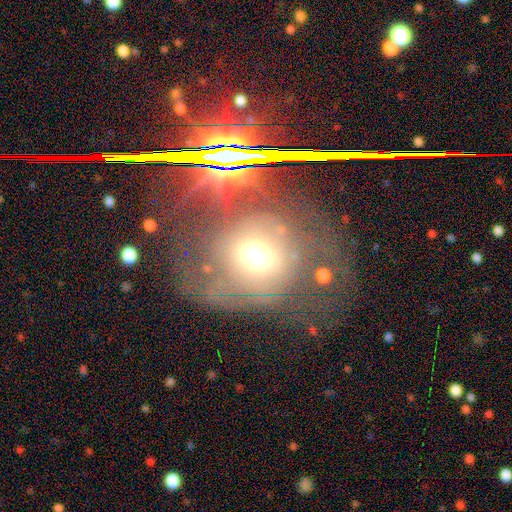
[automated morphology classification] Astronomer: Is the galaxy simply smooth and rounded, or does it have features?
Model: smooth — 44% (runner-up: featured or disk, 32%).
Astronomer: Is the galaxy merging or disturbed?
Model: none — 47% (runner-up: major disturbance, 27%).